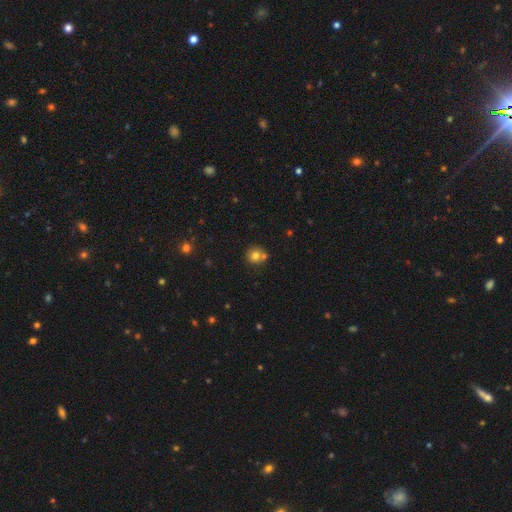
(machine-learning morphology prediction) Overall: smooth (76%). How rounded: round (90%). Merging: none (63%; merger 25%).